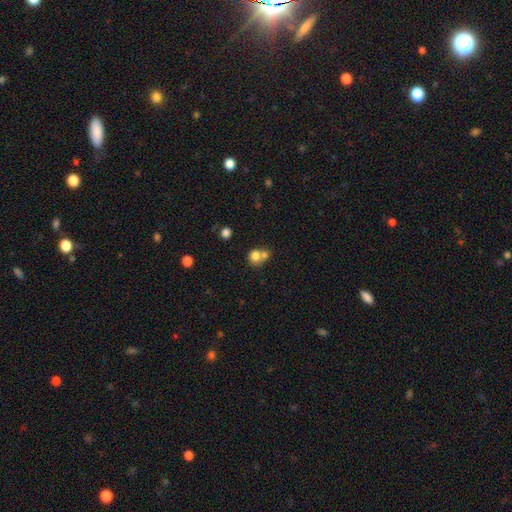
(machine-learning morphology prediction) Overall: smooth (77%). How rounded: round (78%). Merging: merger (52%; none 37%).